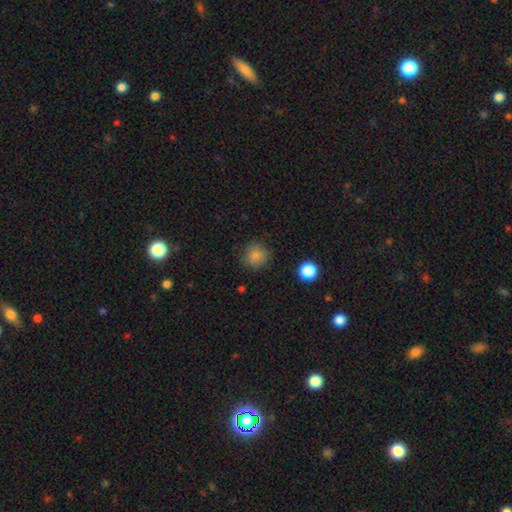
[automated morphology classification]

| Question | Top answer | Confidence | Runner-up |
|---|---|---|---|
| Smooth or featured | smooth | 84% | star or artifact (12%) |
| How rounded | round | 90% | in between (9%) |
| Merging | none | 83% | minor disturbance (12%) |